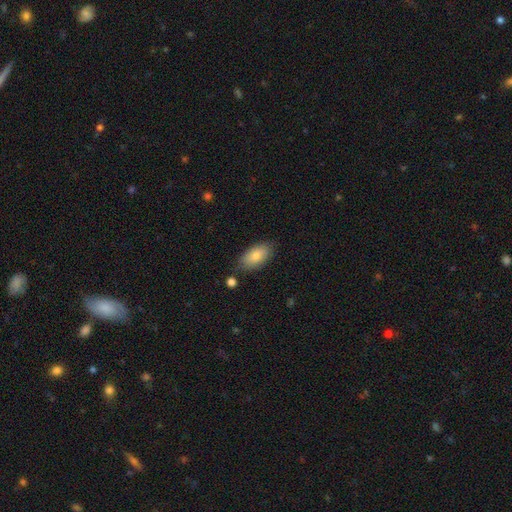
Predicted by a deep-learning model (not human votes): Morphology: type=smooth (82%); roundness=in between (93%); merging=none (79%).